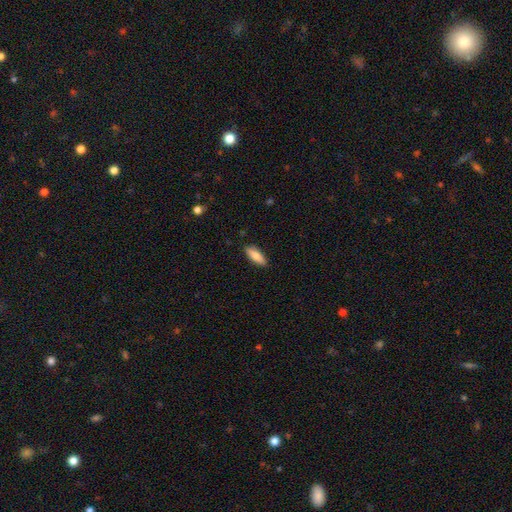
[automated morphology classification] This is clearly a smooth galaxy (82%). How rounded: likely in between (64%). Merging: clearly none (88%).